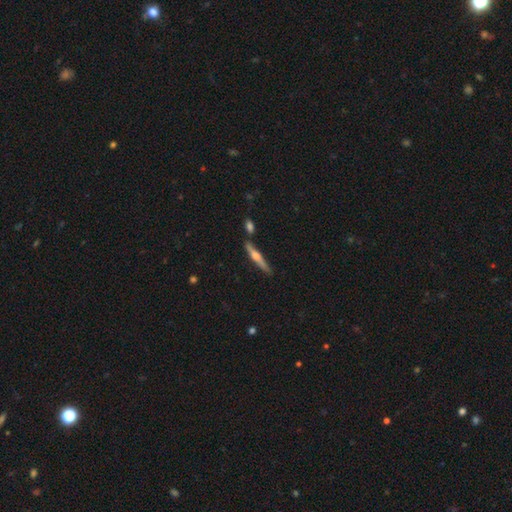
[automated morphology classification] Smooth or featured: featured or disk — 61% (smooth — 33%)
Edge-on disk: yes — 96% (no — 4%)
Edge-on bulge: rounded — 86% (none — 8%)
Merging: none — 74% (minor disturbance — 12%)